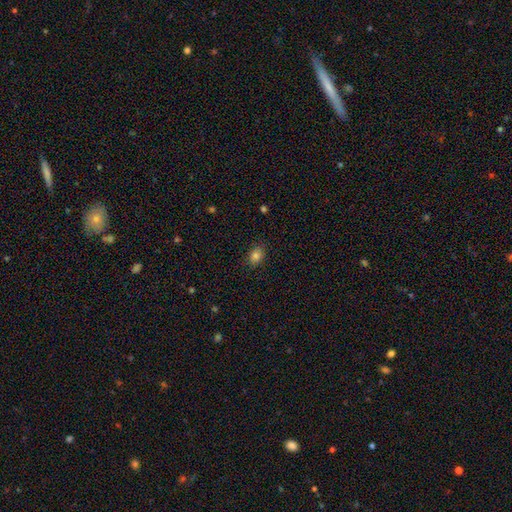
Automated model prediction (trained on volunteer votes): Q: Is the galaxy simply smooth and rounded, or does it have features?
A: smooth — 82%.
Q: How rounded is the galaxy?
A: in between — 65%.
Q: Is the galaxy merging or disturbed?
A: none — 86%.